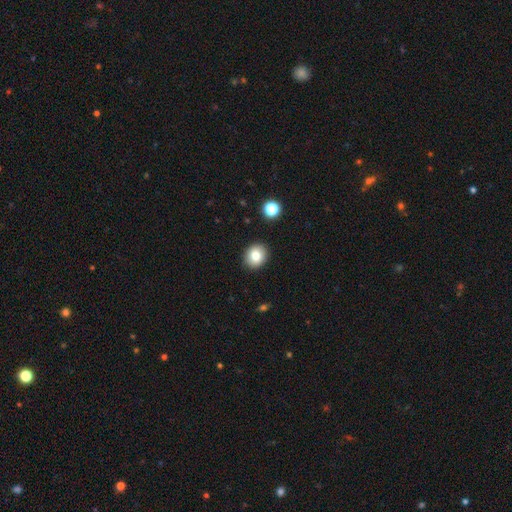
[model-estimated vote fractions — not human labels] The model was most divided on "how rounded": round: 71%, in between: 28%, cigar-shaped: 1%. More confident: merging — none (90%); smooth or featured — smooth (80%).